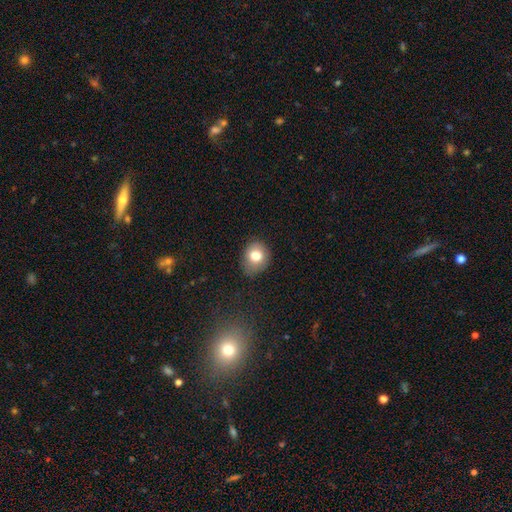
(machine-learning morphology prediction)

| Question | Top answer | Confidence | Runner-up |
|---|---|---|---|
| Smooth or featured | smooth | 78% | featured or disk (12%) |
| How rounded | round | 59% | in between (40%) |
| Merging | none | 75% | minor disturbance (19%) |